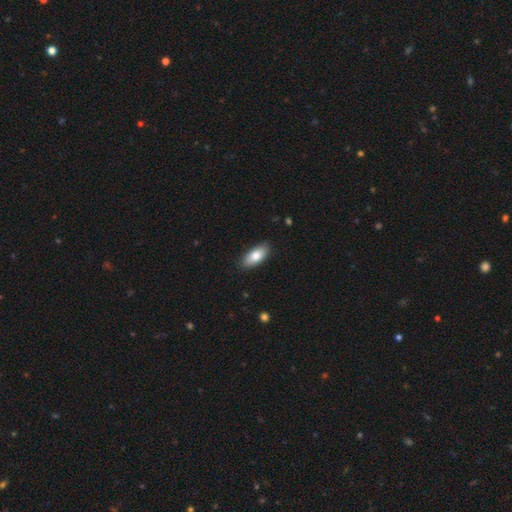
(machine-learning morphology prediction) The model was most divided on "smooth or featured": smooth: 79%, featured or disk: 15%, star or artifact: 6%. More confident: merging — none (88%); how rounded — in between (85%).